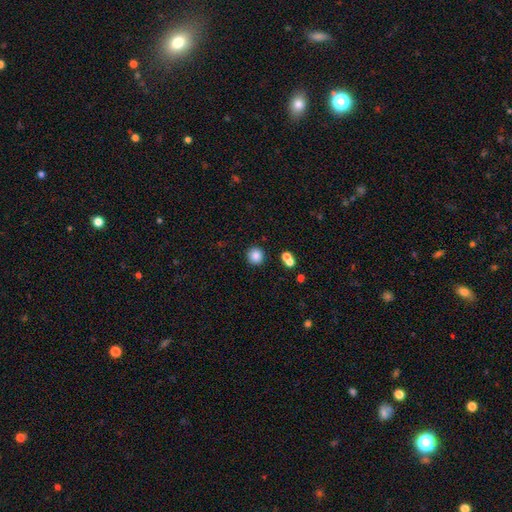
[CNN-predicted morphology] smooth_or_featured: smooth (p=0.85) [alt: star or artifact p=0.11]
how_rounded: round (p=0.93) [alt: in between p=0.06]
merging: none (p=0.86) [alt: minor disturbance p=0.06]